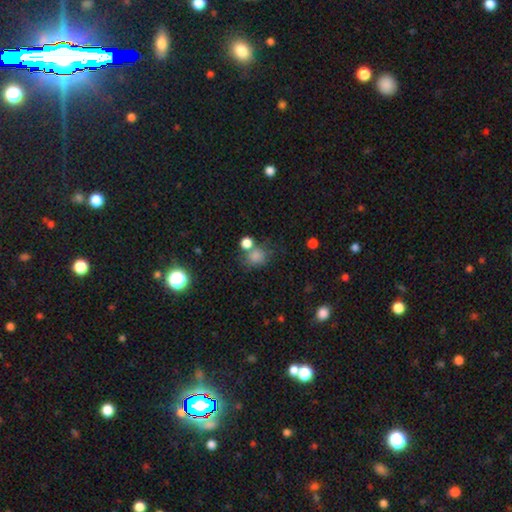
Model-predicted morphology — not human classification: smooth 77%, star or artifact 15%, featured or disk 8%. Down the decision tree: how rounded — round (71%); merging — none (51%).